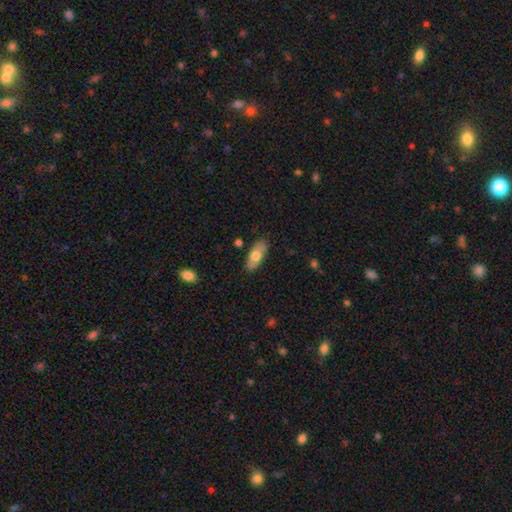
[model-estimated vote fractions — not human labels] Smooth or featured? smooth (69%)
How rounded? in between (78%)
Merging? none (84%)